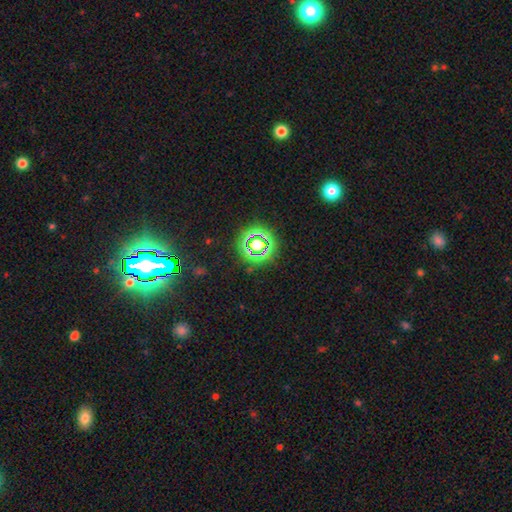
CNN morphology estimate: star or artifact 76%, smooth 15%, featured or disk 9%.